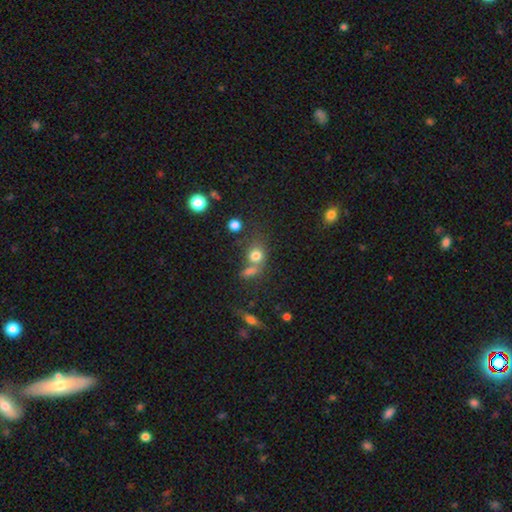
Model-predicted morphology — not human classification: The model was most divided on "merging": none: 45%, merger: 35%, minor disturbance: 12%, major disturbance: 7%. More confident: smooth or featured — smooth (76%); how rounded — round (65%).